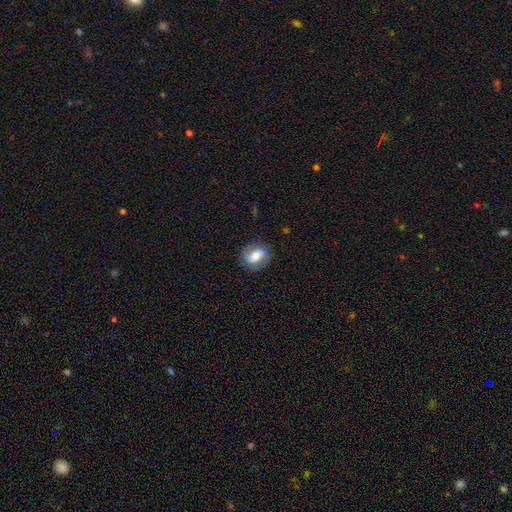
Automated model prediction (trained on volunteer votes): The model was most divided on "bar": strong: 45%, weak: 35%, no: 20%. More confident: edge-on disk — no (93%); merging — none (79%); spiral arms — yes (74%); smooth or featured — featured or disk (55%); bulge size — moderate (54%).